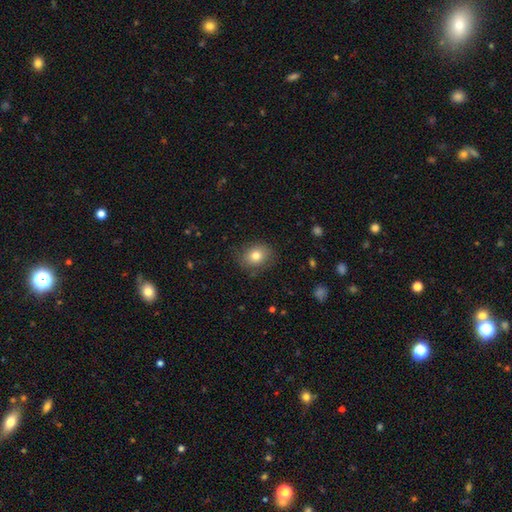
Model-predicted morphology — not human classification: This is likely a smooth galaxy (78%). How rounded: possibly round (55%). Merging: clearly none (81%).